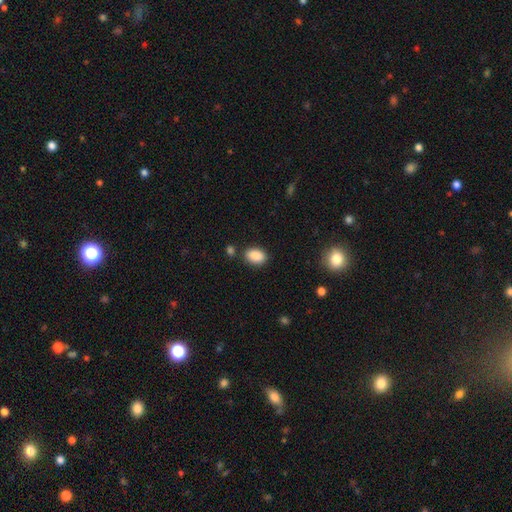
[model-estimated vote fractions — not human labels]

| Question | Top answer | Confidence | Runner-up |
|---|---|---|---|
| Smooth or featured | smooth | 88% | star or artifact (8%) |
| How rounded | in between | 85% | round (13%) |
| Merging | none | 81% | minor disturbance (11%) |